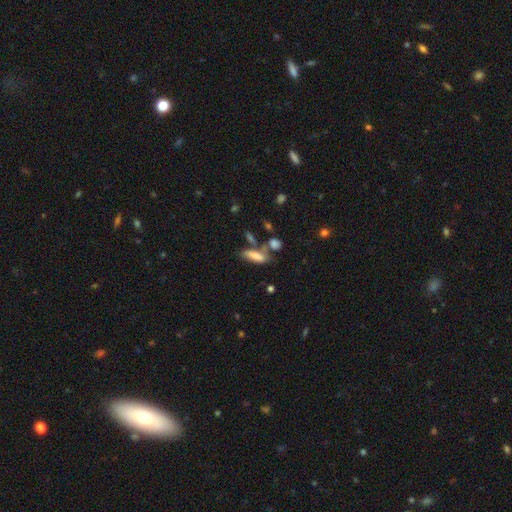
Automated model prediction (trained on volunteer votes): Smooth or featured?
  - smooth: 71% *
  - featured or disk: 20%
  - star or artifact: 9%
How rounded?
  - in between: 60% *
  - cigar-shaped: 37%
  - round: 3%
Merging?
  - none: 43% *
  - merger: 27%
  - minor disturbance: 19%
  - major disturbance: 10%